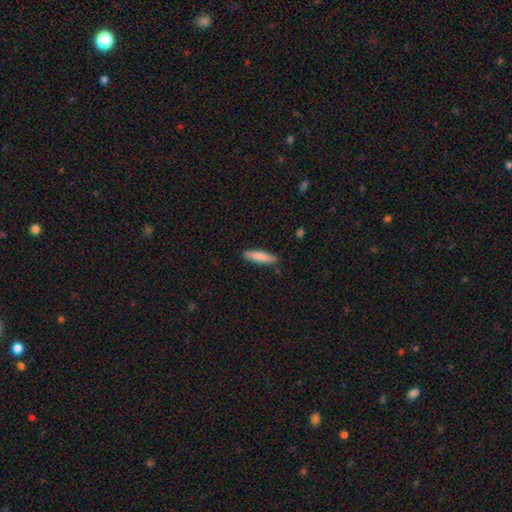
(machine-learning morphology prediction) Overall: smooth (83%). How rounded: cigar-shaped (81%). Merging: none (88%).